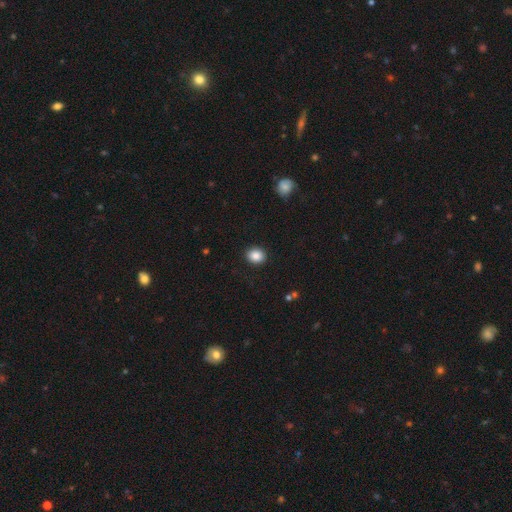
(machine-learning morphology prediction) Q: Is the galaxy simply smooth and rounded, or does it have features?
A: smooth — 87%.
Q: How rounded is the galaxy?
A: round — 60%.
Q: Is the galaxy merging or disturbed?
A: none — 91%.